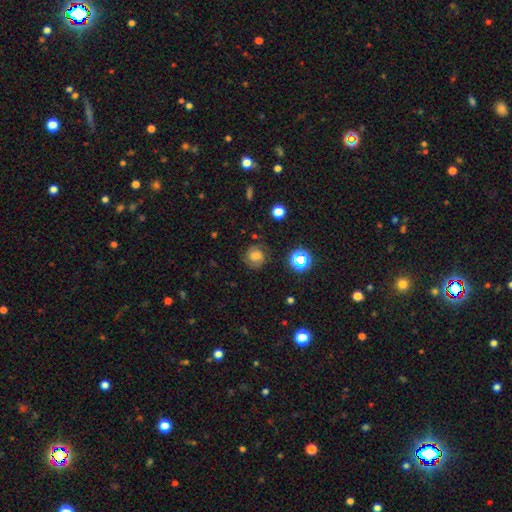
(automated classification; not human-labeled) Smooth or featured? smooth (51%)
How rounded? round (84%)
Merging? none (76%)